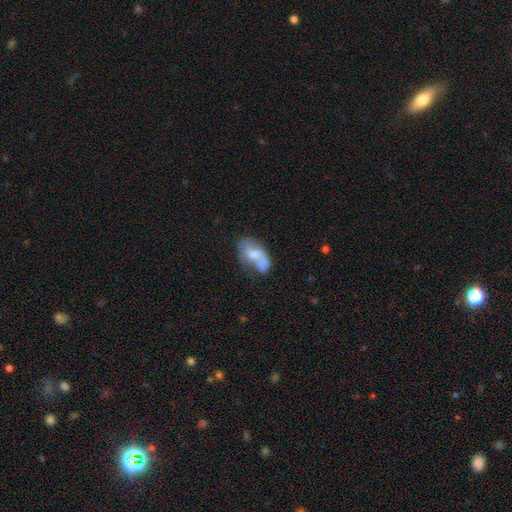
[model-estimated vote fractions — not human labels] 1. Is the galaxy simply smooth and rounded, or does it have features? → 53% smooth, 39% featured or disk, 8% star or artifact.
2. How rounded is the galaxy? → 90% in between, 8% round, 2% cigar-shaped.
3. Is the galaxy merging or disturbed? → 29% merger, 27% none, 24% minor disturbance, 20% major disturbance.